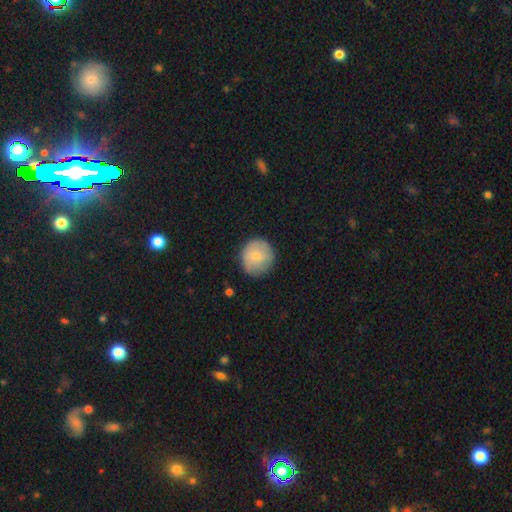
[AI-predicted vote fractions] Smooth or featured? Predicted: smooth (p=0.75). How rounded? Predicted: round (p=0.93). Merging? Predicted: none (p=0.80).